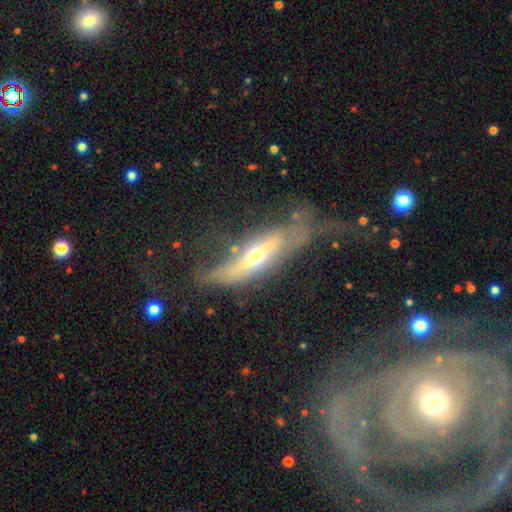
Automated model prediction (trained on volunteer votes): Smooth or featured: featured or disk — 66% (smooth — 27%)
Edge-on disk: yes — 63% (no — 37%)
Merging: major disturbance — 39% (none — 32%)